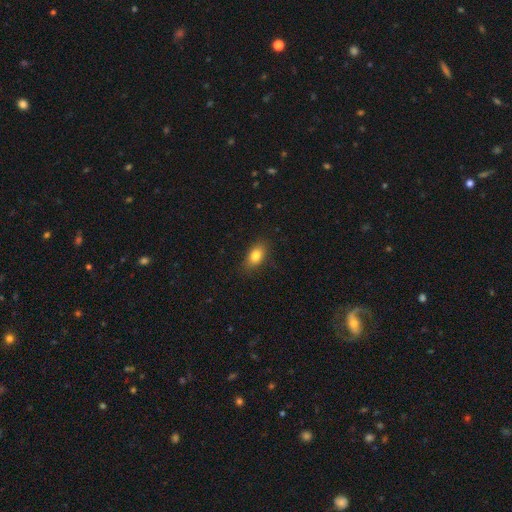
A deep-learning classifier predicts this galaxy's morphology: The model was most divided on "smooth or featured": smooth: 82%, featured or disk: 10%, star or artifact: 9%. More confident: how rounded — in between (85%); merging — none (85%).